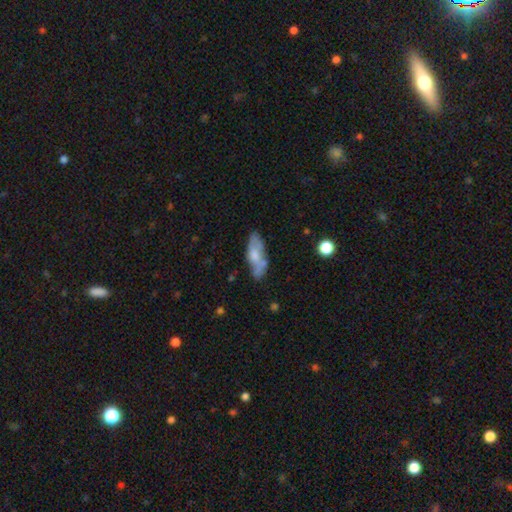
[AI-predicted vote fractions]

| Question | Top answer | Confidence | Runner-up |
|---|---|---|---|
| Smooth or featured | smooth | 54% | featured or disk (40%) |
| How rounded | in between | 67% | cigar-shaped (30%) |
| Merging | none | 59% | minor disturbance (24%) |